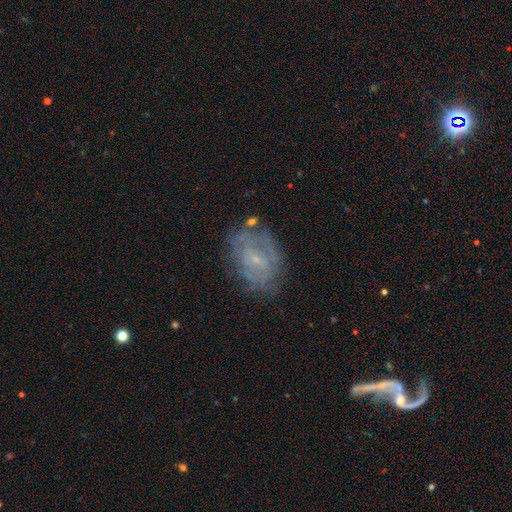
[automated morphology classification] Smooth or featured? featured or disk (58%)
Edge-on disk? no (95%)
Bar? no (49%)
Spiral arms? yes (59%)
Bulge size? small (64%)
Merging? none (67%)